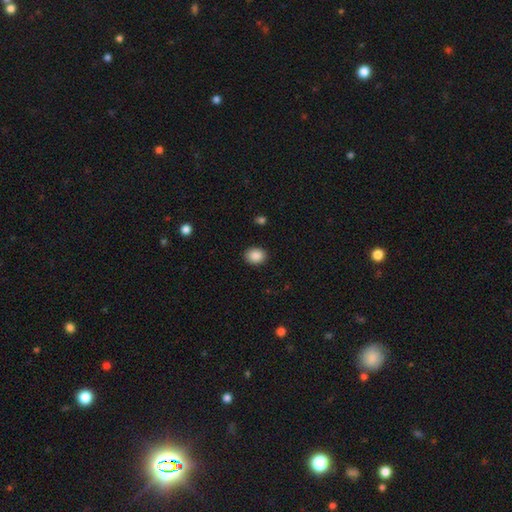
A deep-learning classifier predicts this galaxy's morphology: This appears to be a smooth galaxy with no disk features (88%) that is round (55%). Merging: none (89%).